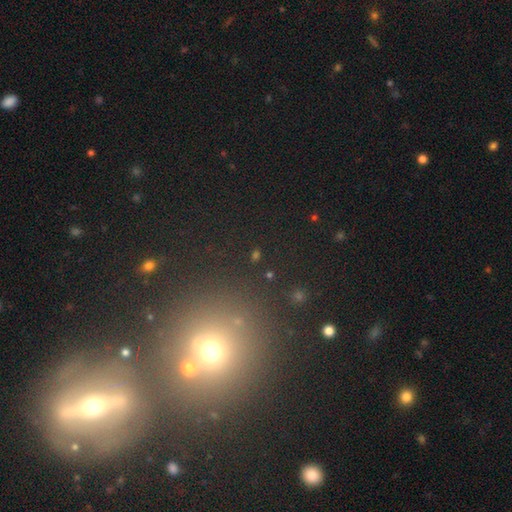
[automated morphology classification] Smooth or featured? star or artifact (46%)